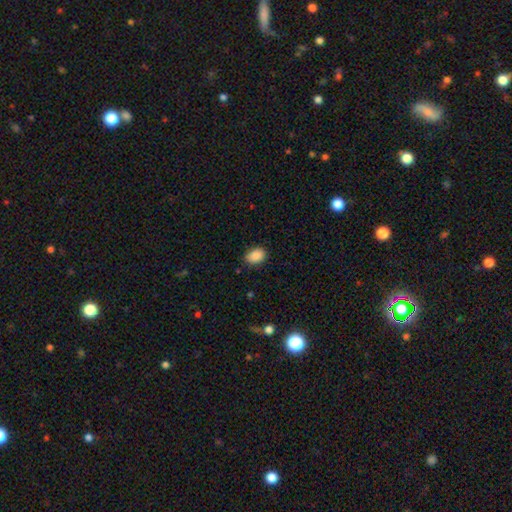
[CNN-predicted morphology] type=smooth (88%); roundness=in between (76%); merging=none (84%).